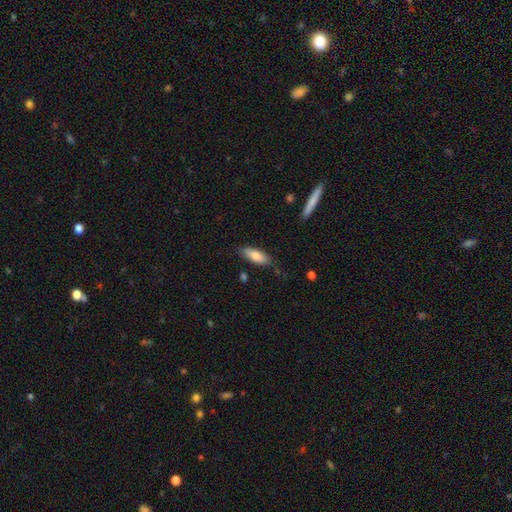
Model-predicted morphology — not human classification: This is clearly a smooth galaxy (80%). How rounded: likely in between (66%). Merging: likely none (78%).